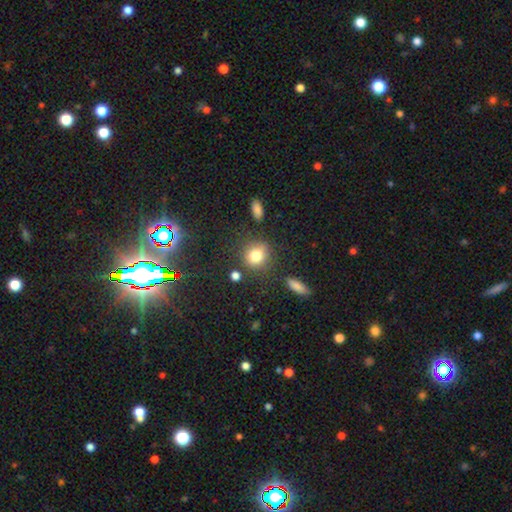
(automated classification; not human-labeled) Morphology: type=smooth (80%); roundness=round (79%); merging=none (77%).